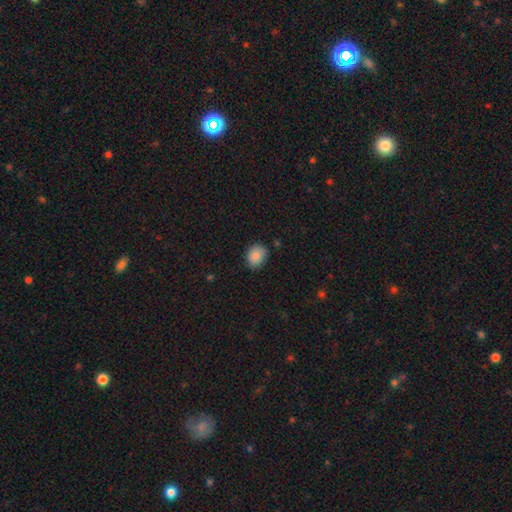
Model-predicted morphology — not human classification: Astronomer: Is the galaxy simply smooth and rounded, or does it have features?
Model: smooth — 87%.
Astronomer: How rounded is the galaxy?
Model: round — 54% (runner-up: in between, 45%).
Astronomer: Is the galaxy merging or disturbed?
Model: none — 80%.